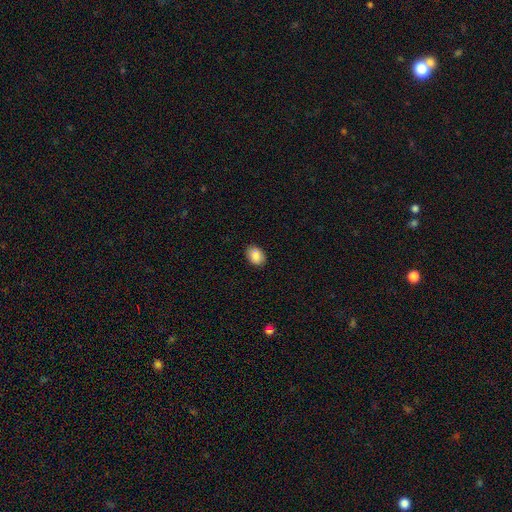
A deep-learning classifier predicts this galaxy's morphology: Smooth or featured? smooth (88%)
How rounded? in between (78%)
Merging? none (89%)